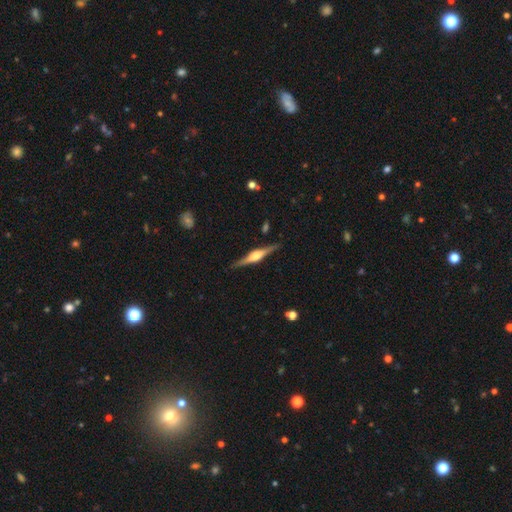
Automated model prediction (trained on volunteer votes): The model was most divided on "smooth or featured": featured or disk: 81%, smooth: 13%, star or artifact: 5%. More confident: edge-on disk — yes (98%); merging — none (90%); edge-on bulge — rounded (83%).